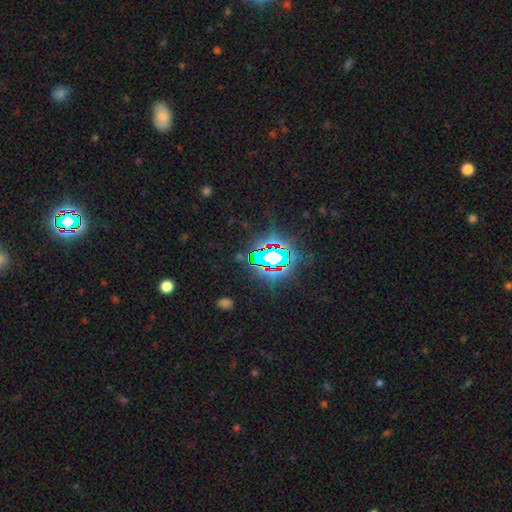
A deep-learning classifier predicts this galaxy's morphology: A star or artifact, not a galaxy (81%).